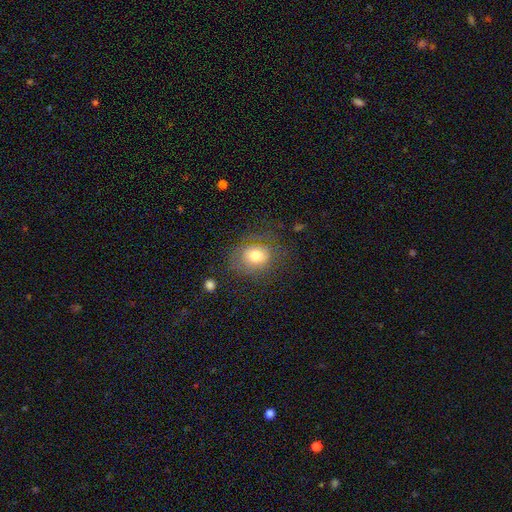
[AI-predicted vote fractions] Smooth or featured? smooth (69%)
How rounded? round (62%)
Merging? none (66%)